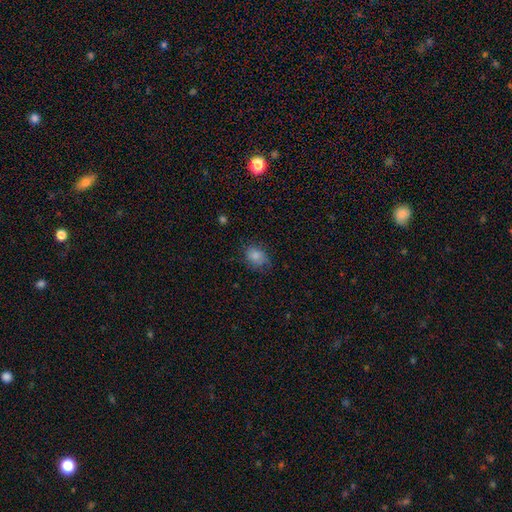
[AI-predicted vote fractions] A smooth galaxy with no disk features (80%) that is in between round and cigar-shaped (60%).

Vote fractions:
- Smooth or featured? smooth: 80% / featured or disk: 10% / star or artifact: 10%
- How rounded? in between: 60% / round: 39% / cigar-shaped: 1%
- Merging? none: 67% / minor disturbance: 24% / major disturbance: 8% / merger: 1%